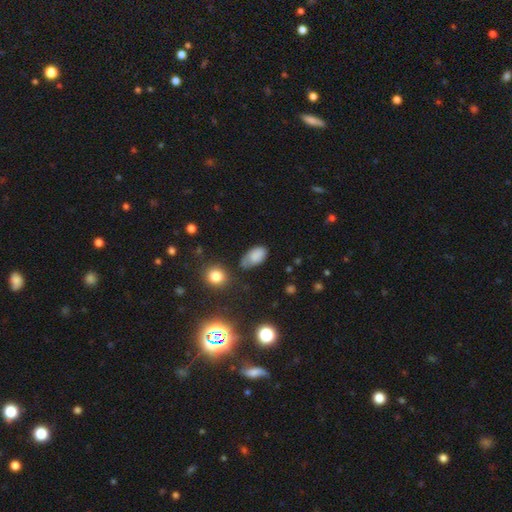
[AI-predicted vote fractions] Smooth or featured? smooth (75%)
How rounded? in between (93%)
Merging? none (56%)